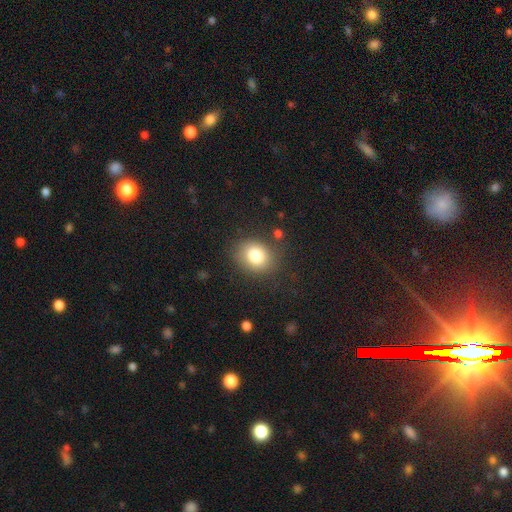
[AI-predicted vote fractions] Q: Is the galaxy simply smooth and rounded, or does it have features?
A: smooth — 81%.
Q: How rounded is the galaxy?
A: round — 57%.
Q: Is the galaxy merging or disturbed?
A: none — 81%.